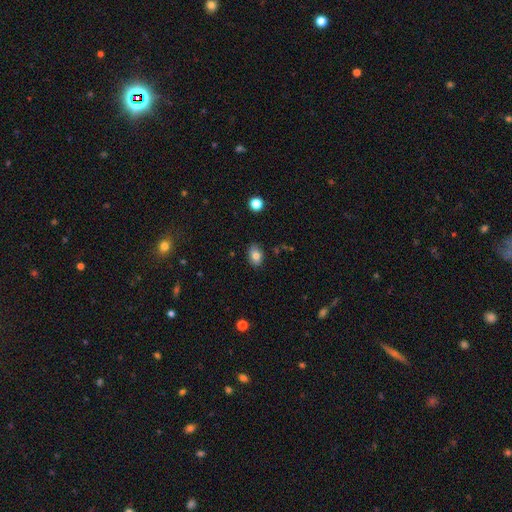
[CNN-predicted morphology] type=smooth (81%); roundness=in between (81%); merging=none (83%).